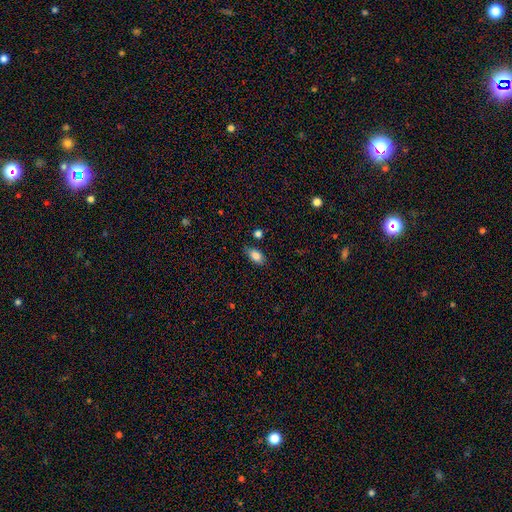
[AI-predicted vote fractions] Smooth or featured? Predicted: smooth (p=0.84). How rounded? Predicted: in between (p=0.89). Merging? Predicted: none (p=0.80).